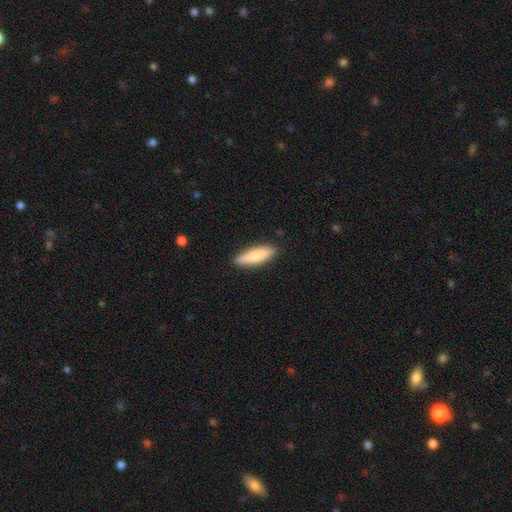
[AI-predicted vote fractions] A smooth galaxy with no disk features (81%) that is cigar-shaped (61%).

Vote fractions:
- Smooth or featured? smooth: 81% / featured or disk: 14% / star or artifact: 5%
- How rounded? cigar-shaped: 61% / in between: 38% / round: 2%
- Merging? none: 88% / minor disturbance: 9% / major disturbance: 2% / merger: 1%